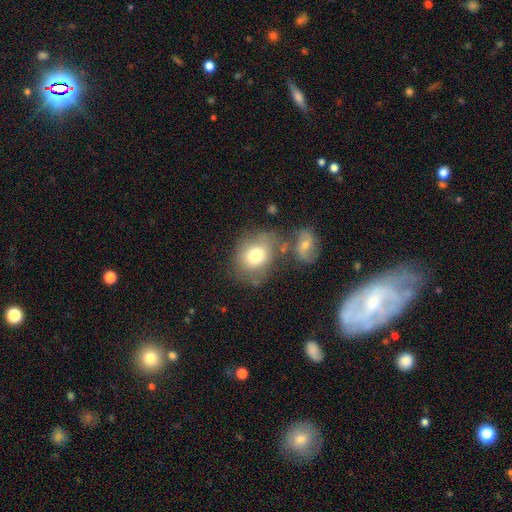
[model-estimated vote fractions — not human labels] Morphology: type=smooth (73%); roundness=round (58%); merging=none (51%).